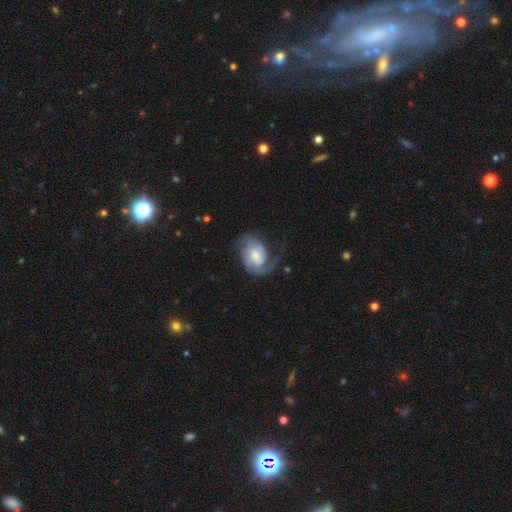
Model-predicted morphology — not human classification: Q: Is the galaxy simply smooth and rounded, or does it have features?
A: featured or disk — 75%.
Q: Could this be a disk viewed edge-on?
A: no — 98%.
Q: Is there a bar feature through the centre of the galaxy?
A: no — 55%.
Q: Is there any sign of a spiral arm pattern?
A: yes — 93%.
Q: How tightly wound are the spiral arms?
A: medium — 43%.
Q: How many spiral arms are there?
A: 2 — 63%.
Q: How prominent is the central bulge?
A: moderate — 35%.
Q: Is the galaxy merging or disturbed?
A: none — 51%.